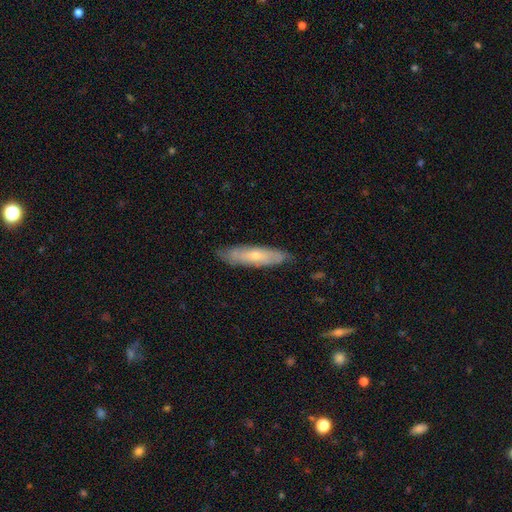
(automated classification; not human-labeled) Smooth or featured?
  - featured or disk: 51% *
  - smooth: 43%
  - star or artifact: 6%
Edge-on disk?
  - no: 56% *
  - yes: 44%
Merging?
  - none: 79% *
  - minor disturbance: 17%
  - major disturbance: 3%
  - merger: 1%